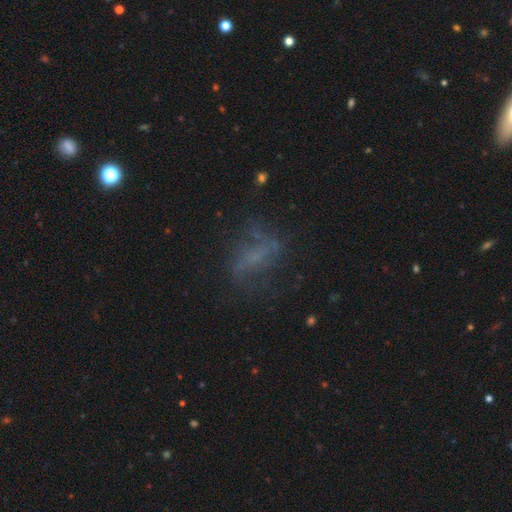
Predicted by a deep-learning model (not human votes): featured or disk 45%, smooth 32%, star or artifact 23%. Down the decision tree: merging — none (57%).